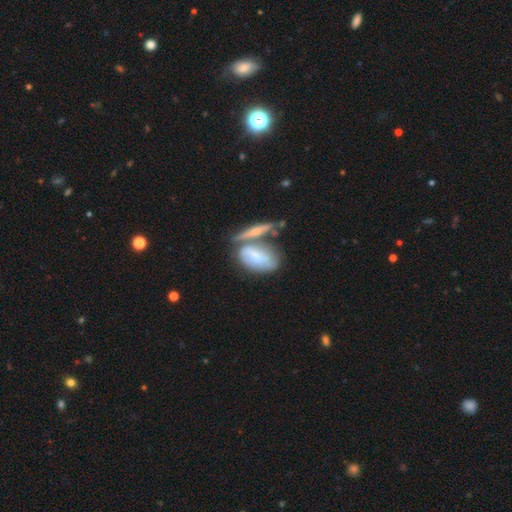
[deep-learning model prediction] Smooth or featured?
  - smooth: 47% *
  - featured or disk: 45%
  - star or artifact: 7%
Merging?
  - merger: 46% *
  - none: 29%
  - minor disturbance: 15%
  - major disturbance: 10%